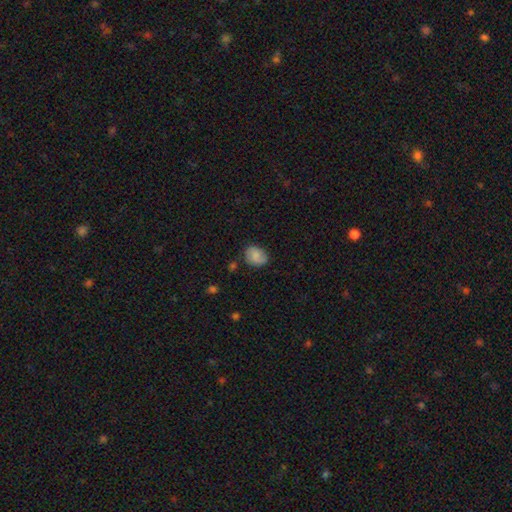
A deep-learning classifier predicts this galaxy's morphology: Smooth or featured?
  - smooth: 75% *
  - featured or disk: 17%
  - star or artifact: 8%
How rounded?
  - in between: 59% *
  - round: 40%
  - cigar-shaped: 1%
Merging?
  - none: 73% *
  - minor disturbance: 20%
  - major disturbance: 4%
  - merger: 3%